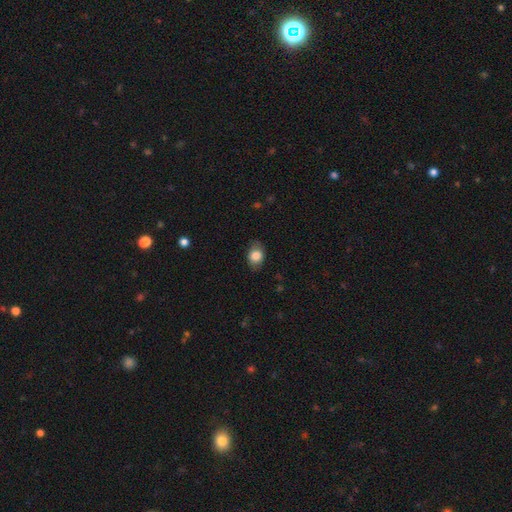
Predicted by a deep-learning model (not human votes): Smooth or featured? smooth (81%)
How rounded? in between (71%)
Merging? none (78%)